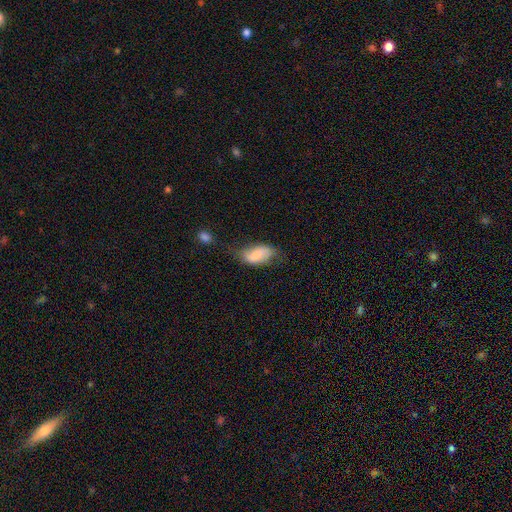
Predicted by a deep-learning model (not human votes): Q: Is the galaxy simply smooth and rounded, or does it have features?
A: smooth — 70%.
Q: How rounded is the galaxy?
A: in between — 90%.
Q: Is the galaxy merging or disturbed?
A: none — 43%.